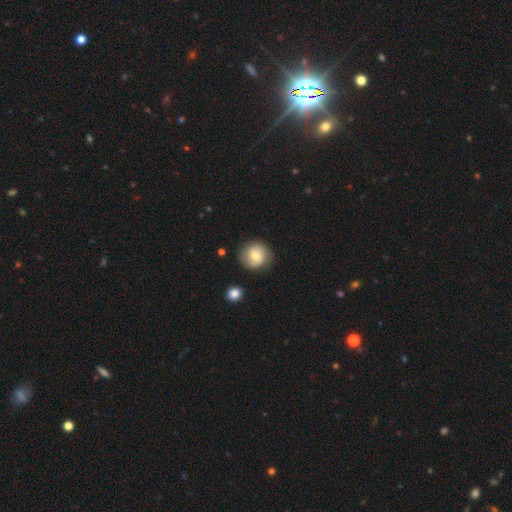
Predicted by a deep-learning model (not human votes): This is possibly a smooth galaxy (59%). How rounded: clearly round (88%). Merging: clearly none (82%).